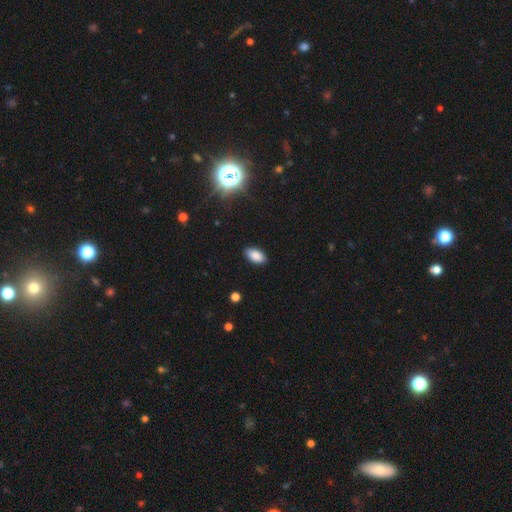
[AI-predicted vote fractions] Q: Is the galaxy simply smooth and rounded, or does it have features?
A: smooth — 86%.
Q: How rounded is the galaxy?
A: in between — 94%.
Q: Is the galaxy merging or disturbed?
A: none — 89%.